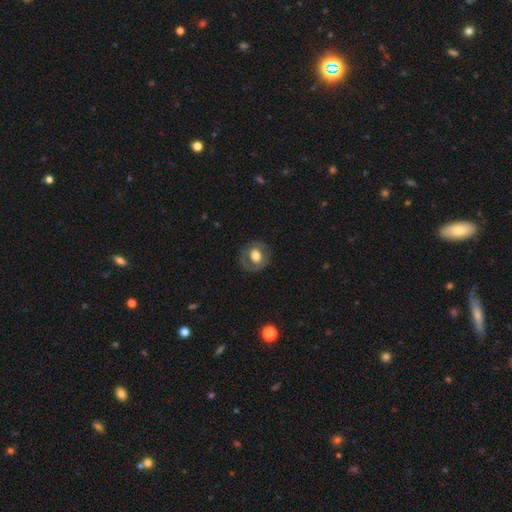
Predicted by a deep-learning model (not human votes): smooth_or_featured: smooth (p=0.50) [alt: featured or disk p=0.43]
how_rounded: round (p=0.75) [alt: in between p=0.24]
merging: none (p=0.79) [alt: minor disturbance p=0.13]